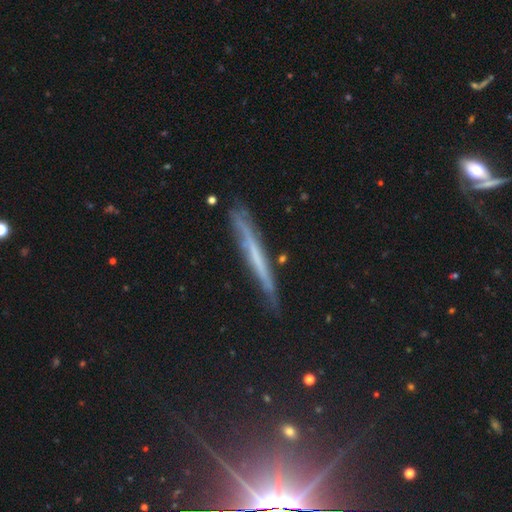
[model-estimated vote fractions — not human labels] Q: Smooth or featured?
A: featured or disk (57%); runner-up: smooth (33%)
Q: Edge-on disk?
A: yes (90%); runner-up: no (10%)
Q: Edge-on bulge?
A: none (83%); runner-up: rounded (10%)
Q: Merging?
A: none (75%); runner-up: minor disturbance (19%)